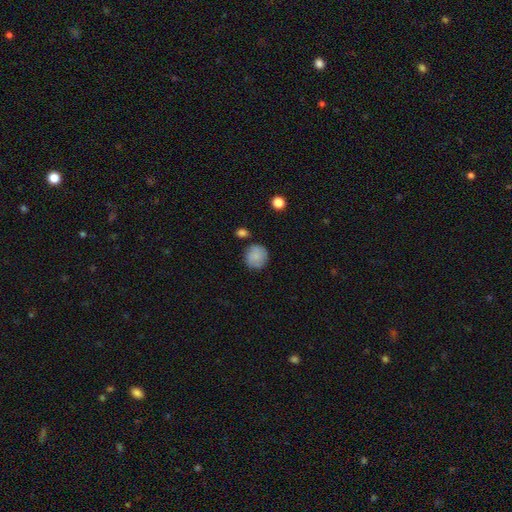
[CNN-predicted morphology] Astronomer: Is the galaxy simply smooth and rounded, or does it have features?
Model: smooth — 86%.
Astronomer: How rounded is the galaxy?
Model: round — 90%.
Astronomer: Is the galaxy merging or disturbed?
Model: none — 80%.